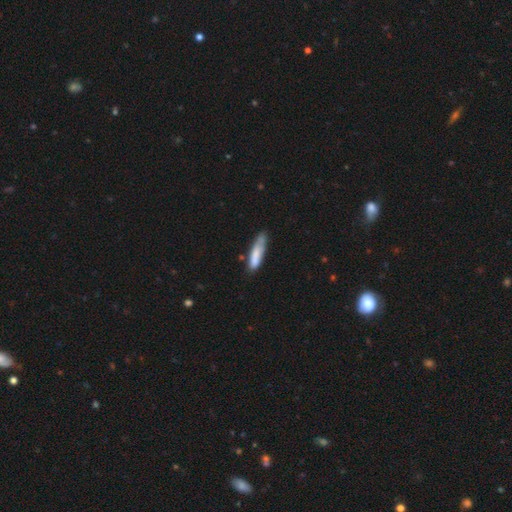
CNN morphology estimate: Q: Smooth or featured?
A: smooth (76%); runner-up: featured or disk (18%)
Q: How rounded?
A: cigar-shaped (75%); runner-up: in between (24%)
Q: Merging?
A: none (52%); runner-up: minor disturbance (33%)